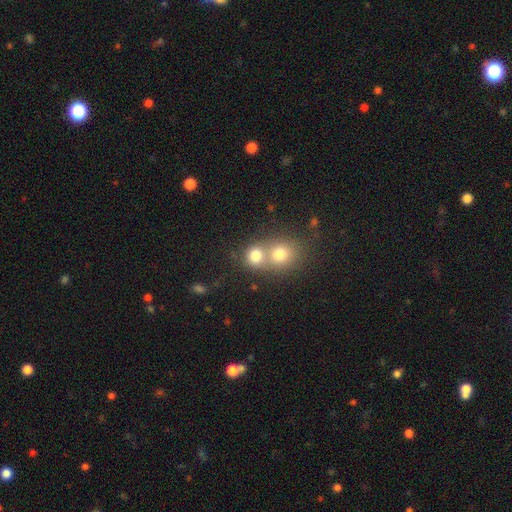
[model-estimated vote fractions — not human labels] smooth 76%, star or artifact 13%, featured or disk 11%. Down the decision tree: how rounded — round (78%); merging — merger (56%).